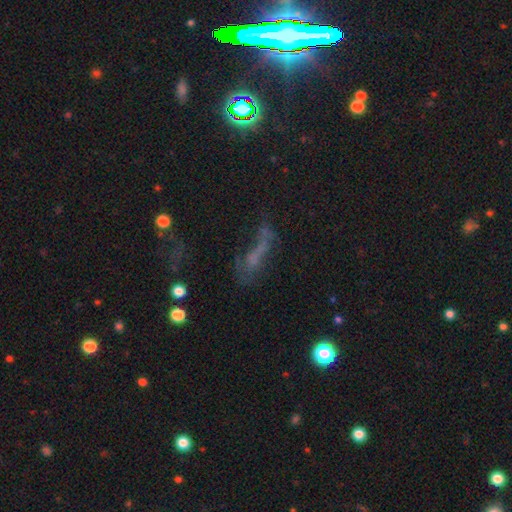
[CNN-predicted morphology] smooth-or-featured: smooth: 35% | star or artifact: 33% | featured or disk: 33%
  merging: major disturbance: 36% | none: 34% | minor disturbance: 17% | merger: 12%